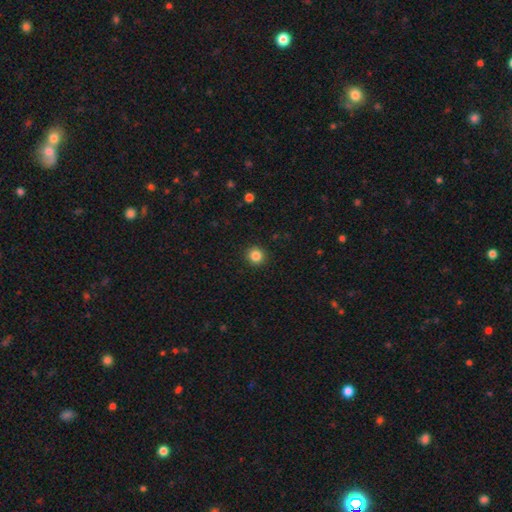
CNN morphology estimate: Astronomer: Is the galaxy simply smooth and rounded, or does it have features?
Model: smooth — 85%.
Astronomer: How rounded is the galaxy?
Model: round — 92%.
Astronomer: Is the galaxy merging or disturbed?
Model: none — 92%.